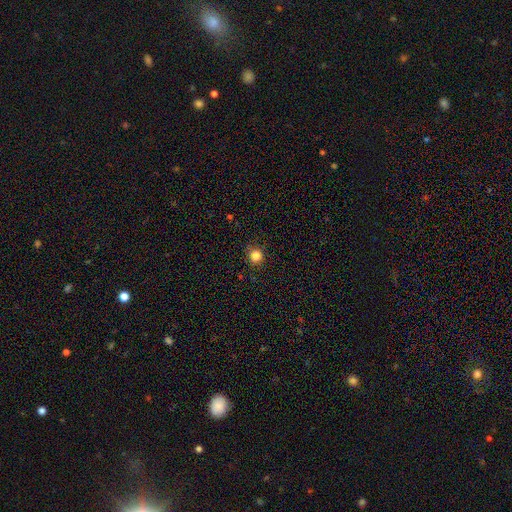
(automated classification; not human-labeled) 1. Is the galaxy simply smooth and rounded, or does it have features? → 84% smooth, 12% star or artifact, 4% featured or disk.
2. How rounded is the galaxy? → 93% round, 6% in between, 1% cigar-shaped.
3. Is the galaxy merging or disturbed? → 88% none, 8% minor disturbance, 2% major disturbance, 1% merger.